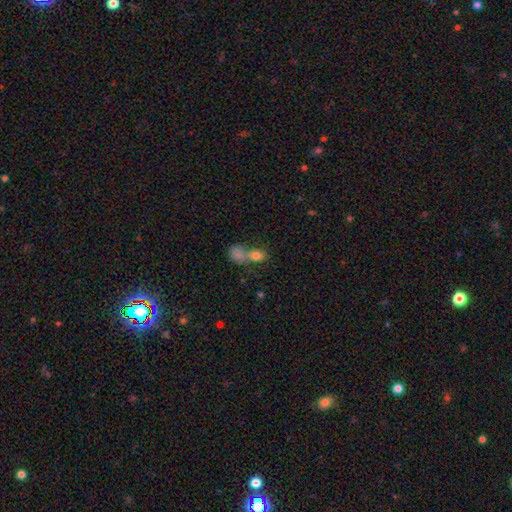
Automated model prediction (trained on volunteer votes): Overall: smooth (76%). How rounded: in between (64%; round 33%). Merging: merger (66%).